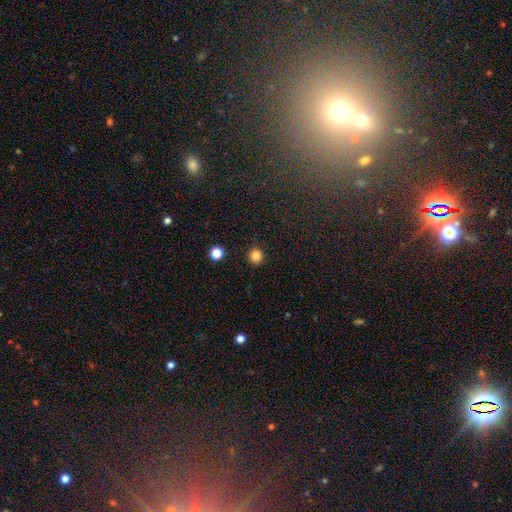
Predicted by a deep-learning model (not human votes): Smooth or featured? Predicted: smooth (p=0.84). How rounded? Predicted: round (p=0.94). Merging? Predicted: none (p=0.92).